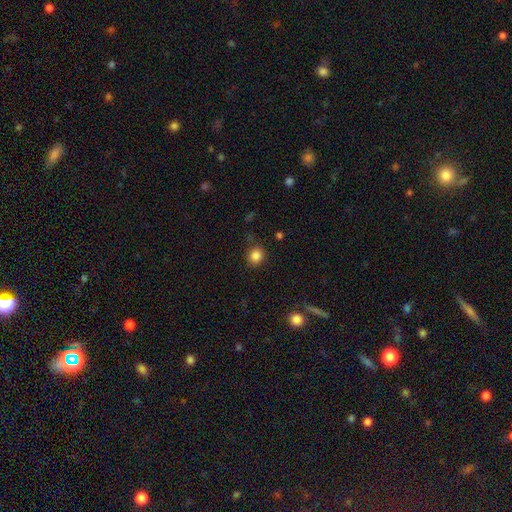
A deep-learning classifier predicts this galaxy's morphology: smooth 85%, star or artifact 11%, featured or disk 4%. Down the decision tree: how rounded — round (81%); merging — none (82%).